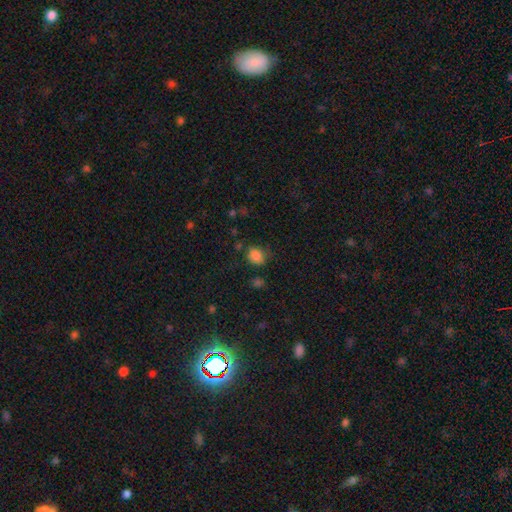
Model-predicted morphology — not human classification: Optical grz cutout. It shows a smooth galaxy with no disk features (84%) that is round (56%). Merging: none (68%).